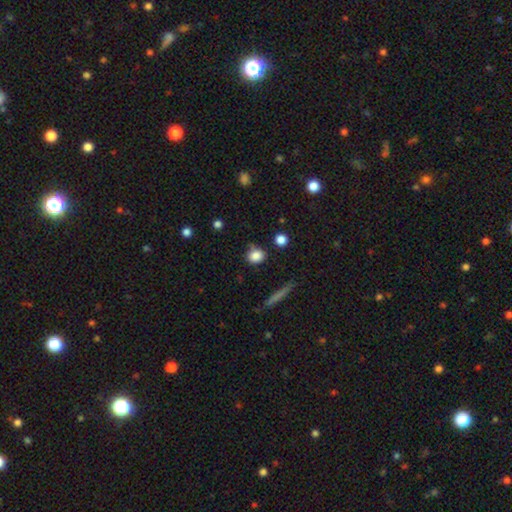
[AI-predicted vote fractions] smooth 84%, star or artifact 10%, featured or disk 6%. Down the decision tree: how rounded — round (71%); merging — none (75%).